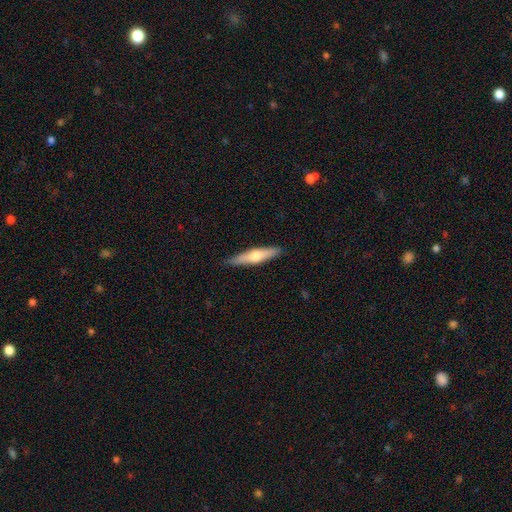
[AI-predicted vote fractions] smooth_or_featured: featured or disk (p=0.49) [alt: smooth p=0.46]
merging: none (p=0.87) [alt: minor disturbance p=0.10]